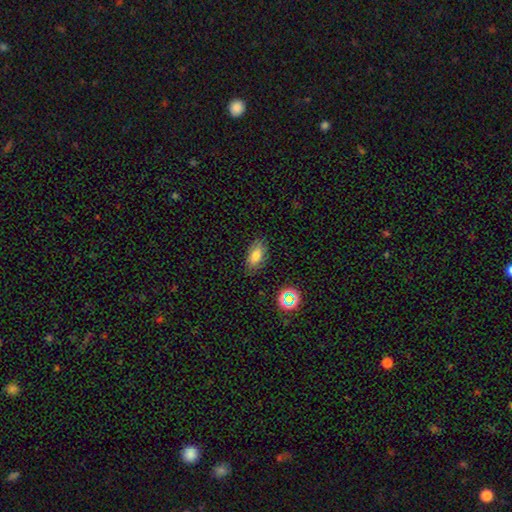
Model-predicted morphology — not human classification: smooth_or_featured: smooth (p=0.75) [alt: featured or disk p=0.13]
how_rounded: in between (p=0.88) [alt: cigar-shaped p=0.06]
merging: none (p=0.80) [alt: minor disturbance p=0.15]